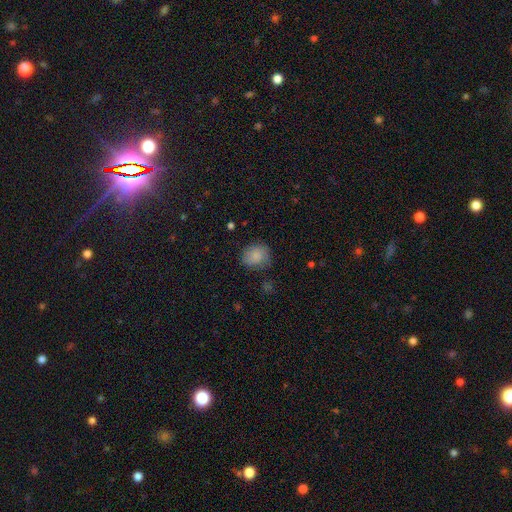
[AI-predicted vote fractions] Q: Smooth or featured?
A: smooth (82%); runner-up: featured or disk (9%)
Q: How rounded?
A: round (68%); runner-up: in between (31%)
Q: Merging?
A: none (68%); runner-up: minor disturbance (24%)